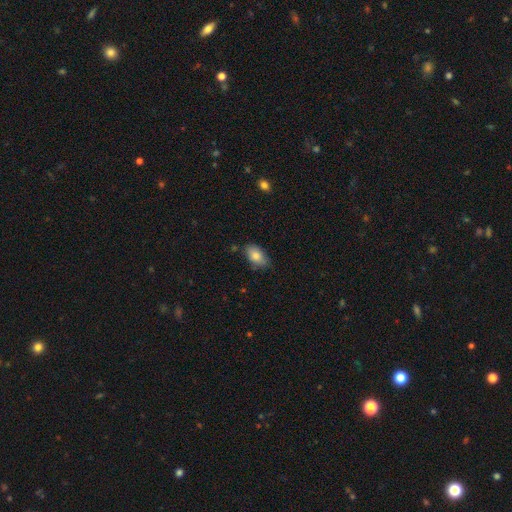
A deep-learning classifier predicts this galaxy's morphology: smooth_or_featured: smooth (p=0.80) [alt: featured or disk p=0.12]
how_rounded: in between (p=0.91) [alt: round p=0.06]
merging: none (p=0.74) [alt: minor disturbance p=0.21]